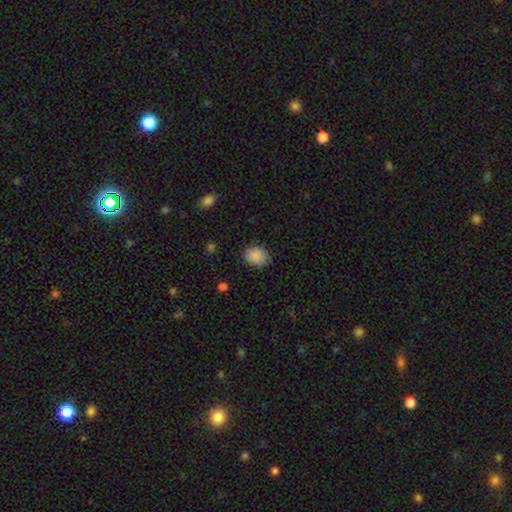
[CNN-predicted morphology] type=smooth (88%); roundness=in between (52%); merging=none (82%).